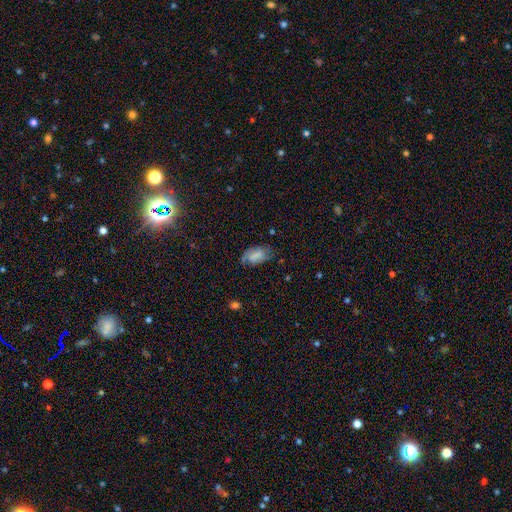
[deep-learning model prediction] Overall: smooth (69%). How rounded: in between (91%). Merging: none (60%; minor disturbance 29%).